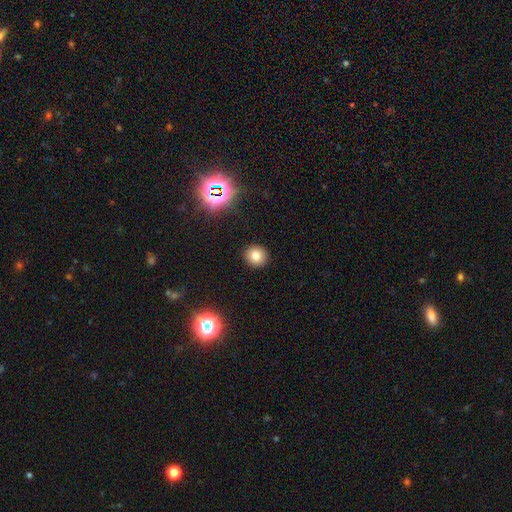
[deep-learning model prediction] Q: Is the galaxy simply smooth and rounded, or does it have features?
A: smooth — 77%.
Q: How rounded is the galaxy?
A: round — 91%.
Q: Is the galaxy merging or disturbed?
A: none — 92%.